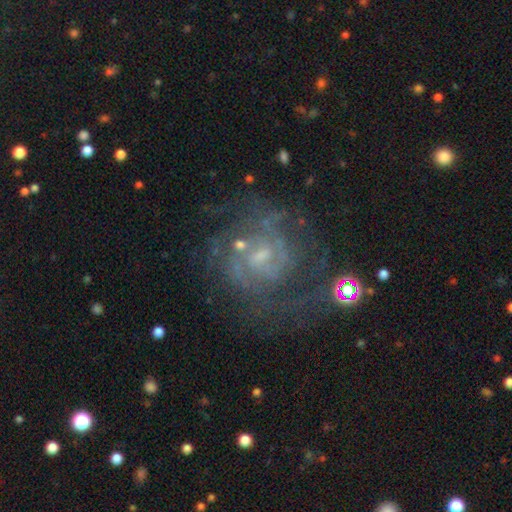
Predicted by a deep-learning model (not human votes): Q: Smooth or featured?
A: featured or disk (77%); runner-up: star or artifact (12%)
Q: Edge-on disk?
A: no (98%); runner-up: yes (2%)
Q: Bar?
A: no (48%); runner-up: weak (43%)
Q: Spiral arms?
A: yes (82%); runner-up: no (18%)
Q: Spiral winding?
A: tight (50%); runner-up: medium (37%)
Q: Spiral arm count?
A: can't tell (44%); runner-up: 2 (27%)
Q: Bulge size?
A: small (59%); runner-up: moderate (19%)
Q: Merging?
A: none (63%); runner-up: minor disturbance (17%)